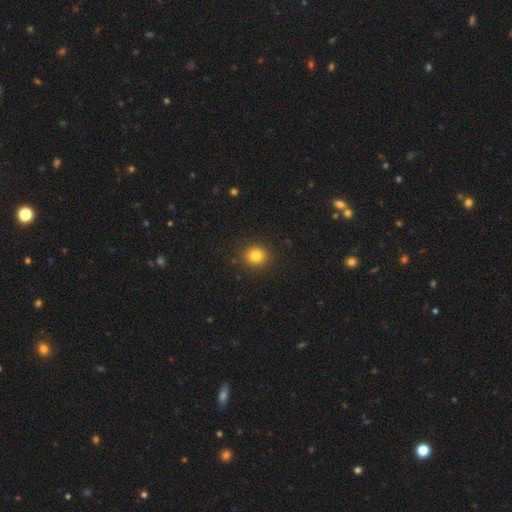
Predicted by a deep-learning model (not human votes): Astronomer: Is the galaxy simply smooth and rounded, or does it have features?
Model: smooth — 82%.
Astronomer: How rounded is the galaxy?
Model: round — 85%.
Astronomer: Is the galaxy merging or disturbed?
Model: none — 90%.